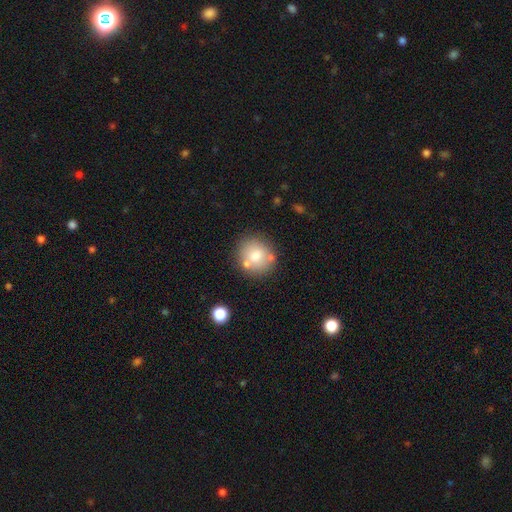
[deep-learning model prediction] A smooth galaxy with no disk features (73%) that is round (86%).

Vote fractions:
- Smooth or featured? smooth: 73% / featured or disk: 17% / star or artifact: 9%
- How rounded? round: 86% / in between: 13% / cigar-shaped: 1%
- Merging? none: 71% / minor disturbance: 13% / merger: 12% / major disturbance: 4%